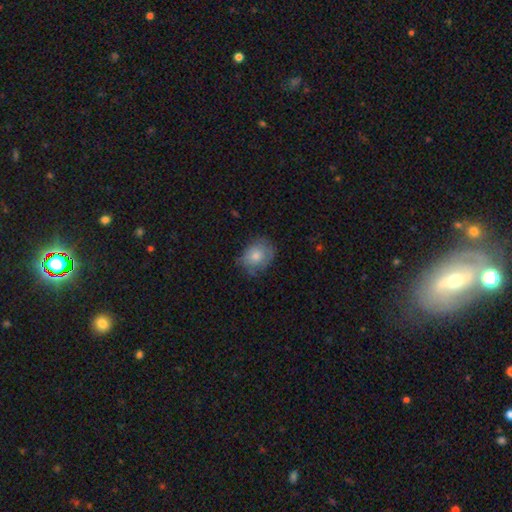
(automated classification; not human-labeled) This is likely a smooth galaxy (75%). How rounded: possibly in between (51%). Merging: likely none (64%).